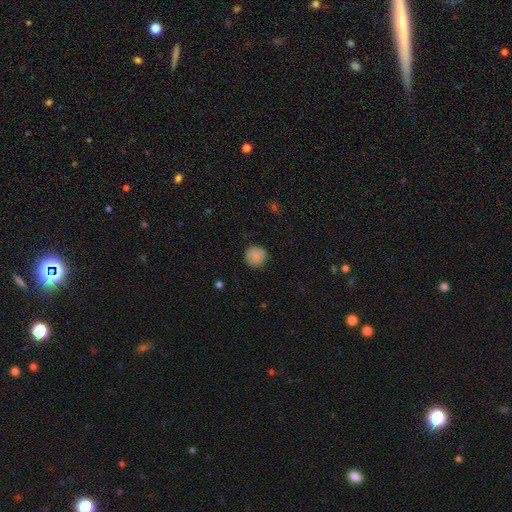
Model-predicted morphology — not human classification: Overall: smooth (85%). How rounded: round (93%). Merging: none (84%).